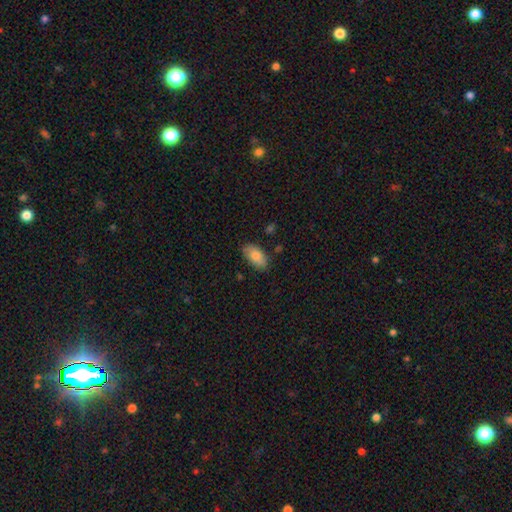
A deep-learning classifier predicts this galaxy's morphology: Smooth or featured? smooth (81%)
How rounded? in between (94%)
Merging? none (79%)